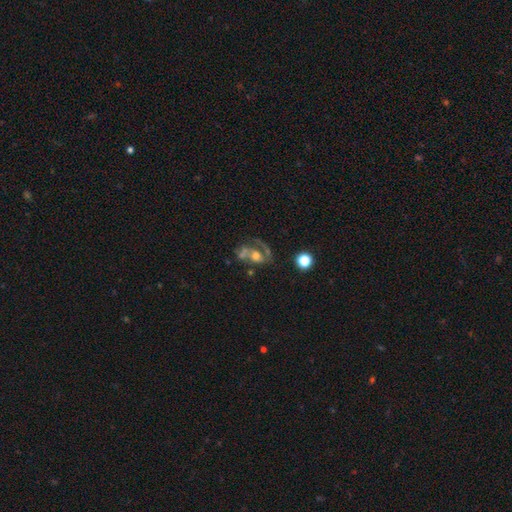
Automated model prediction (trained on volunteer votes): Smooth or featured: featured or disk — 60% (smooth — 28%)
Edge-on disk: no — 96% (yes — 4%)
Bar: no — 75% (weak — 19%)
Spiral arms: yes — 57% (no — 43%)
Bulge size: moderate — 49% (large — 21%)
Merging: none — 30% (major disturbance — 29%)